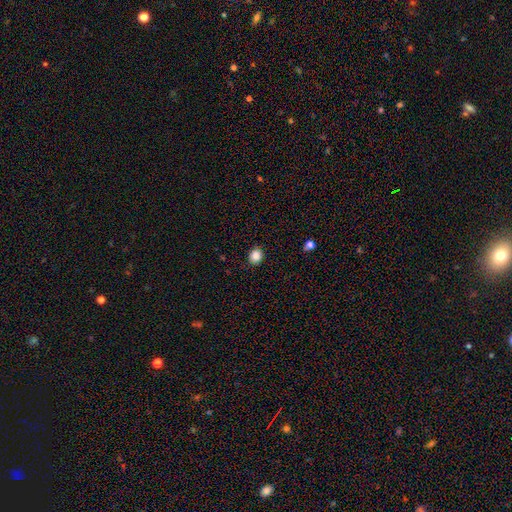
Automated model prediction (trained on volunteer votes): This is clearly a smooth galaxy (87%). How rounded: likely round (66%). Merging: clearly none (88%).